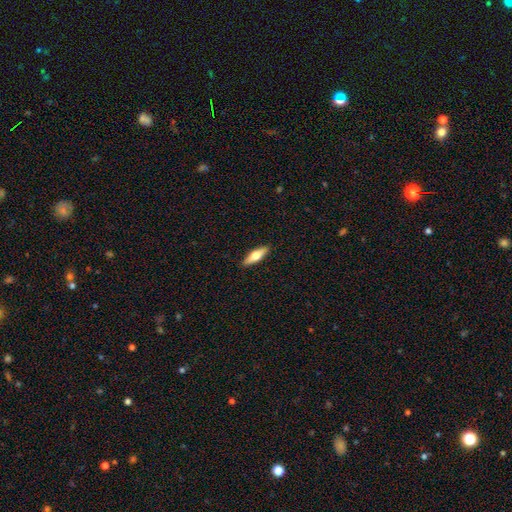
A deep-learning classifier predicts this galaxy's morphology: Q: Smooth or featured?
A: smooth (54%); runner-up: featured or disk (41%)
Q: How rounded?
A: cigar-shaped (56%); runner-up: in between (42%)
Q: Merging?
A: none (91%); runner-up: minor disturbance (7%)